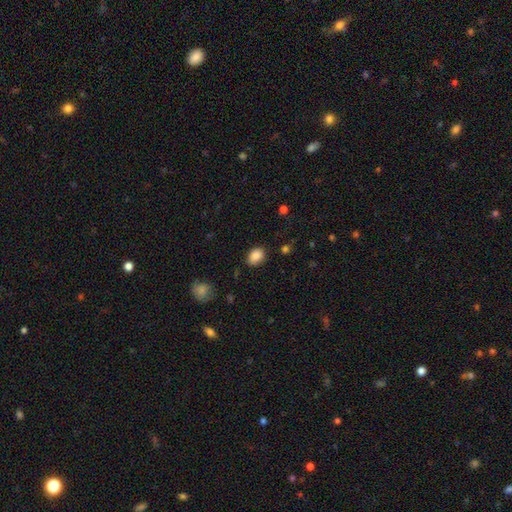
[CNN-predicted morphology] A smooth galaxy with no disk features (87%) that is in between round and cigar-shaped (70%).

Vote fractions:
- Smooth or featured? smooth: 87% / star or artifact: 9% / featured or disk: 4%
- How rounded? in between: 70% / round: 28% / cigar-shaped: 1%
- Merging? none: 80% / minor disturbance: 15% / major disturbance: 3% / merger: 2%